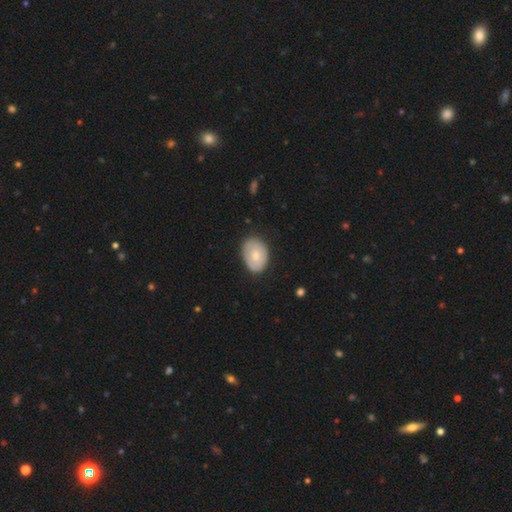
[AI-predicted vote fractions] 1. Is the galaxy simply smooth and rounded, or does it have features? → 74% smooth, 20% featured or disk, 6% star or artifact.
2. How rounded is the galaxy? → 81% in between, 18% round, 1% cigar-shaped.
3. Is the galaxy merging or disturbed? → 77% none, 18% minor disturbance, 4% major disturbance, 1% merger.